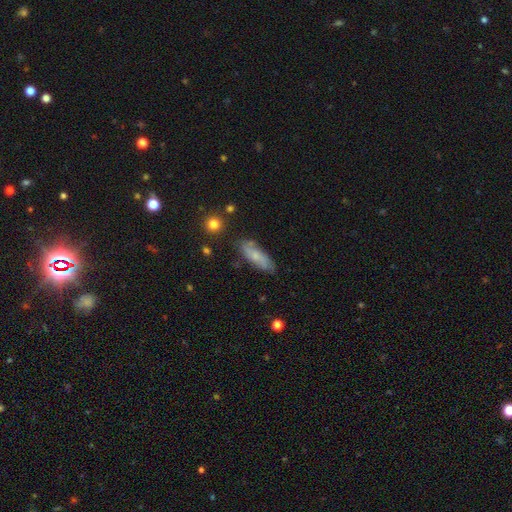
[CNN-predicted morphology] Smooth or featured? smooth (57%)
How rounded? in between (53%)
Merging? none (76%)